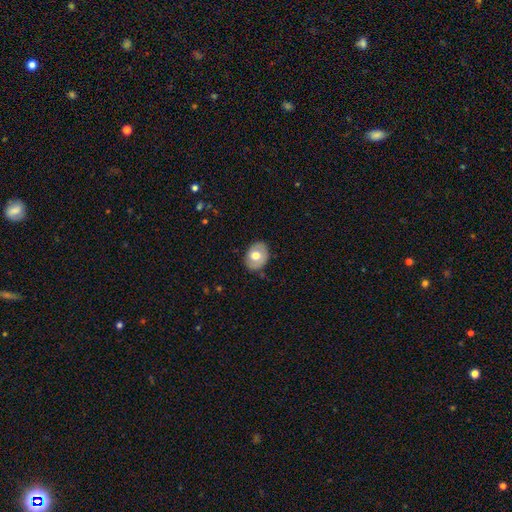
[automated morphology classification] smooth 64%, featured or disk 29%, star or artifact 7%. Down the decision tree: how rounded — in between (63%); merging — none (81%).